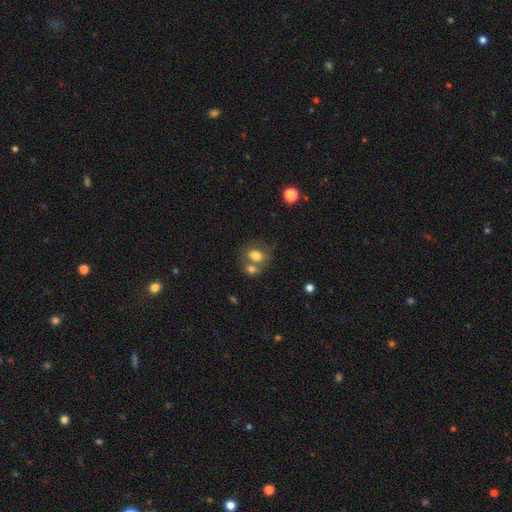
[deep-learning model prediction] Q: Smooth or featured?
A: smooth (72%); runner-up: featured or disk (19%)
Q: How rounded?
A: in between (51%); runner-up: round (47%)
Q: Merging?
A: merger (46%); runner-up: none (35%)